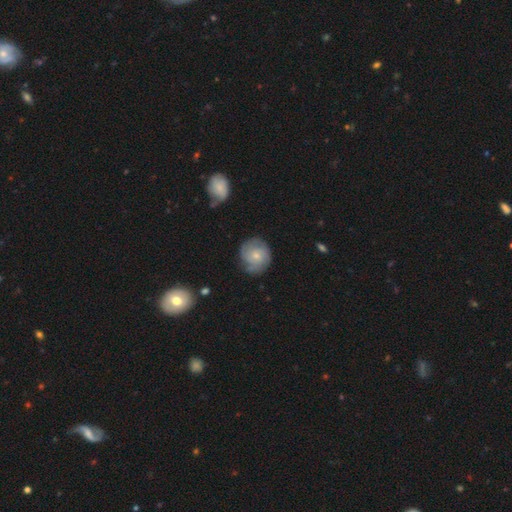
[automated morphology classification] Smooth or featured?
  - featured or disk: 49% *
  - smooth: 44%
  - star or artifact: 7%
Merging?
  - none: 72% *
  - minor disturbance: 20%
  - major disturbance: 6%
  - merger: 2%